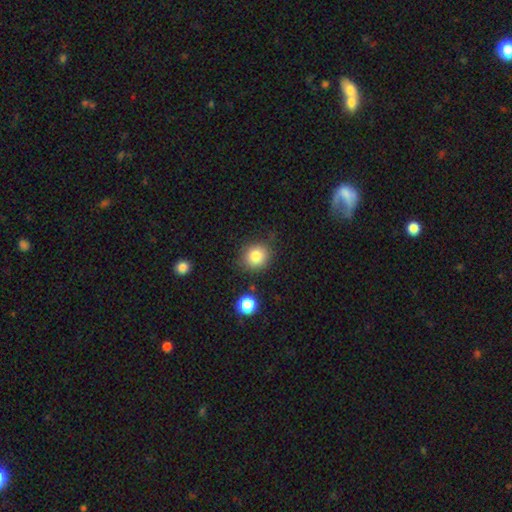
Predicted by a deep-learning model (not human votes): smooth_or_featured: smooth (p=0.83) [alt: star or artifact p=0.11]
how_rounded: round (p=0.86) [alt: in between p=0.13]
merging: none (p=0.81) [alt: minor disturbance p=0.11]